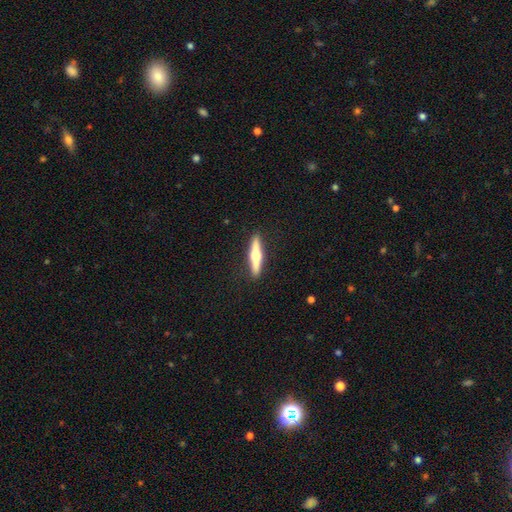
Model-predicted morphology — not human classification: smooth_or_featured: featured or disk (p=0.65) [alt: smooth p=0.30]
disk_edge_on: yes (p=0.97) [alt: no p=0.03]
edge_on_bulge: rounded (p=0.94) [alt: boxy p=0.03]
merging: none (p=0.91) [alt: minor disturbance p=0.06]